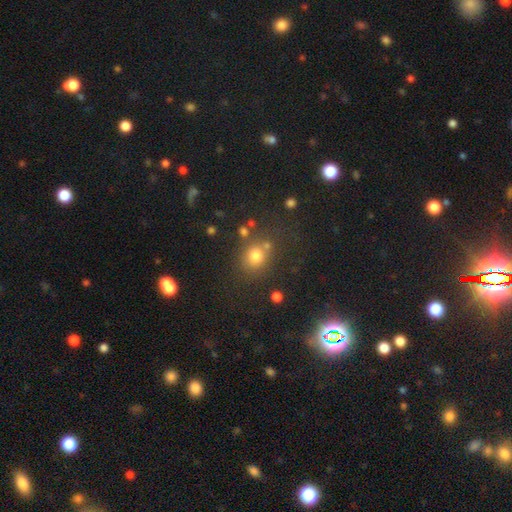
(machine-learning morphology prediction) smooth_or_featured: smooth (p=0.73) [alt: star or artifact p=0.19]
how_rounded: round (p=0.74) [alt: in between p=0.25]
merging: none (p=0.67) [alt: merger p=0.15]